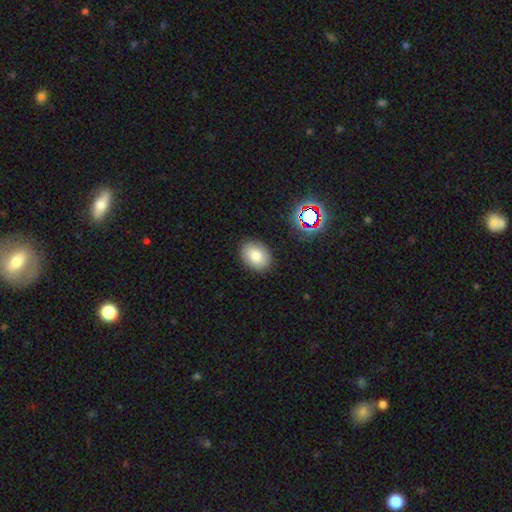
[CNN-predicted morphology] Overall: smooth (82%). How rounded: in between (73%). Merging: none (87%).